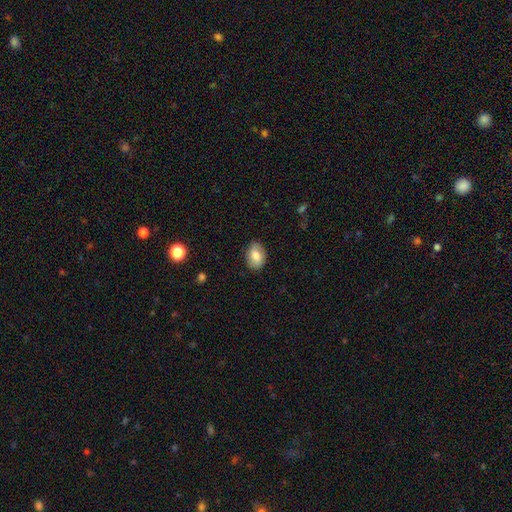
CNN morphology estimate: smooth 77%, featured or disk 16%, star or artifact 8%. Down the decision tree: how rounded — in between (82%); merging — none (82%).